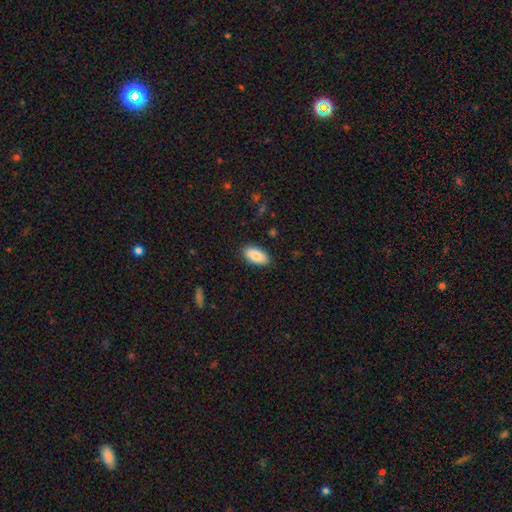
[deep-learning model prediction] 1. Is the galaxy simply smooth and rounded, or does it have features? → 87% smooth, 7% featured or disk, 6% star or artifact.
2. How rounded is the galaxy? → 93% in between, 4% cigar-shaped, 2% round.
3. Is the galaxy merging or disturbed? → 88% none, 9% minor disturbance, 2% major disturbance, 1% merger.